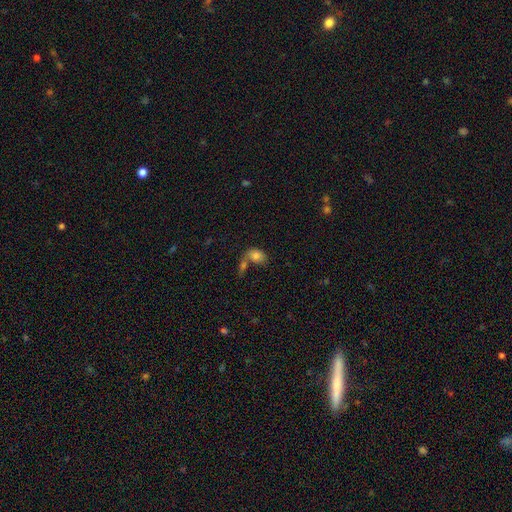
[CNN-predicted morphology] Smooth or featured?
  - smooth: 81% *
  - featured or disk: 10%
  - star or artifact: 9%
How rounded?
  - in between: 78% *
  - round: 20%
  - cigar-shaped: 2%
Merging?
  - merger: 46% *
  - none: 34%
  - minor disturbance: 12%
  - major disturbance: 8%